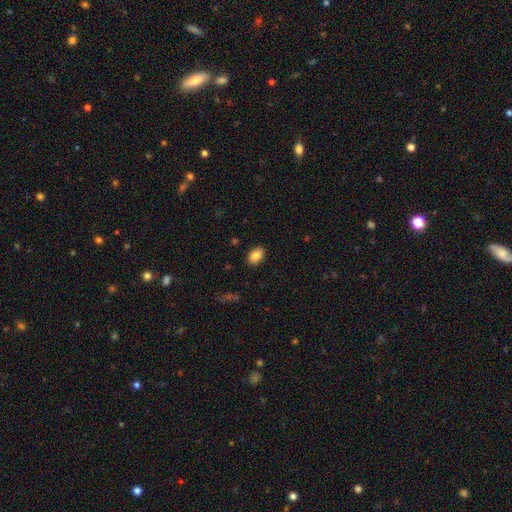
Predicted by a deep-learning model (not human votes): Smooth or featured? Predicted: smooth (p=0.86). How rounded? Predicted: in between (p=0.82). Merging? Predicted: none (p=0.89).